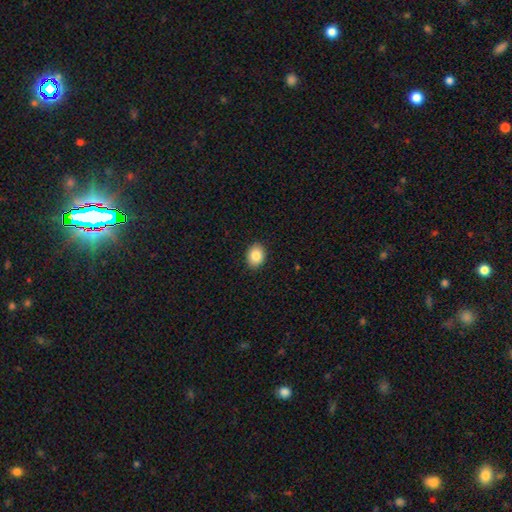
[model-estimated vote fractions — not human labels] This is clearly a smooth galaxy (86%). How rounded: likely in between (60%). Merging: clearly none (91%).